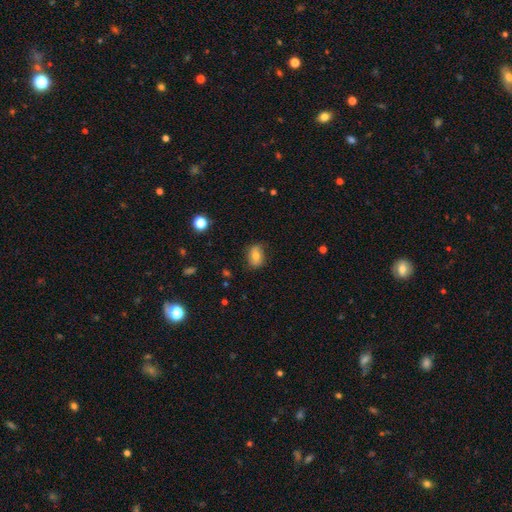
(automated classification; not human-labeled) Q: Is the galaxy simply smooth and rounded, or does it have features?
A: smooth — 66%.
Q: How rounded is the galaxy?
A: in between — 71%.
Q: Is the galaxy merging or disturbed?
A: none — 78%.